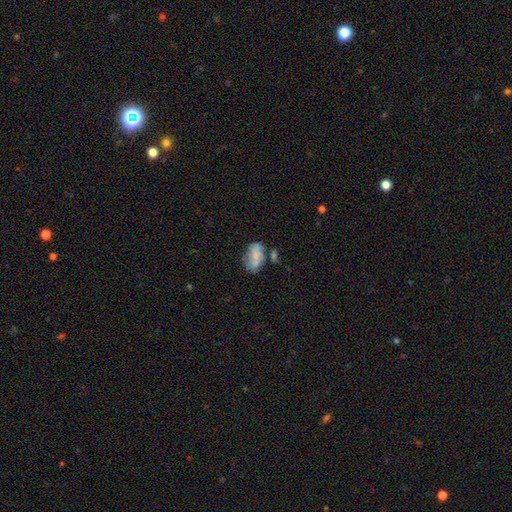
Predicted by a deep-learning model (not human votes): Smooth or featured? smooth (69%)
How rounded? in between (90%)
Merging? none (41%)